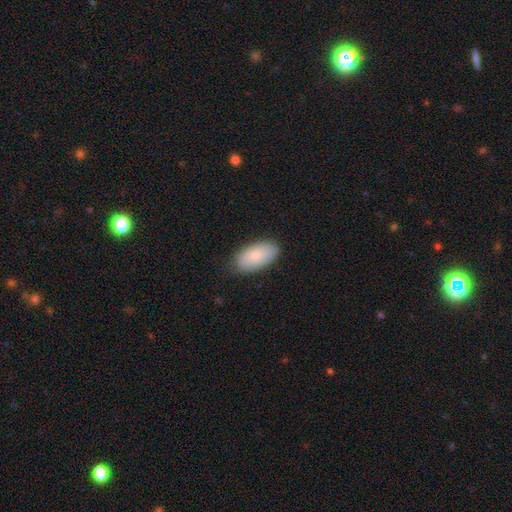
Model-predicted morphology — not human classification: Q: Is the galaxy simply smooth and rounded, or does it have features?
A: smooth — 79%.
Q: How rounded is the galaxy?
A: in between — 94%.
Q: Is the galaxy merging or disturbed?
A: none — 84%.